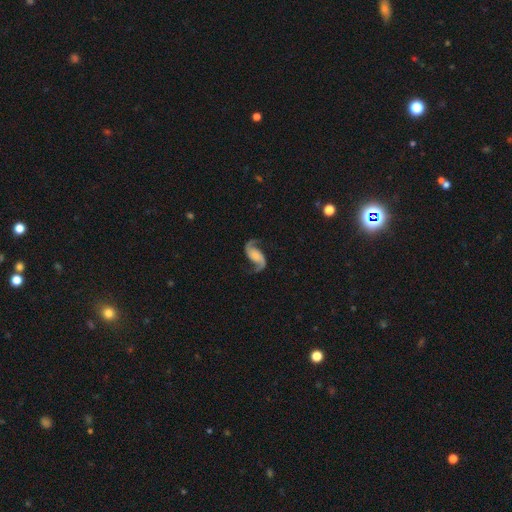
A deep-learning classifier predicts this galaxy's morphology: The model was most divided on "bulge size": none: 39%, small: 25%, moderate: 16%, large: 15%, dominant: 4%. More confident: edge-on disk — no (98%); spiral arms — yes (98%); spiral arm count — 2 (94%); smooth or featured — featured or disk (90%); merging — none (79%); spiral winding — loose (64%); bar — no (56%).